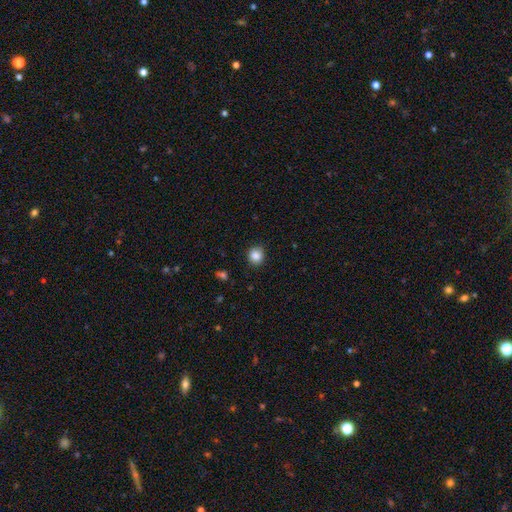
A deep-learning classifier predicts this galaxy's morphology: type=smooth (86%); roundness=round (85%); merging=none (90%).